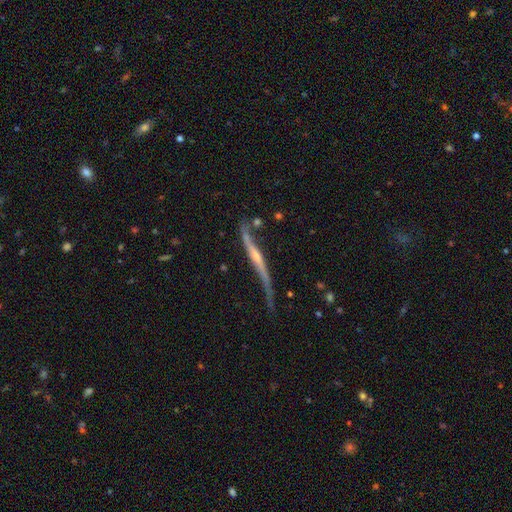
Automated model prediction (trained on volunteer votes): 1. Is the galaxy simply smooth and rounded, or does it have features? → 80% featured or disk, 13% smooth, 6% star or artifact.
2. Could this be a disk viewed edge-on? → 82% yes, 18% no.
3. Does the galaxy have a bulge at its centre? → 59% rounded, 33% none, 8% boxy.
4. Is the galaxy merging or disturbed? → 45% none, 31% minor disturbance, 17% major disturbance, 7% merger.